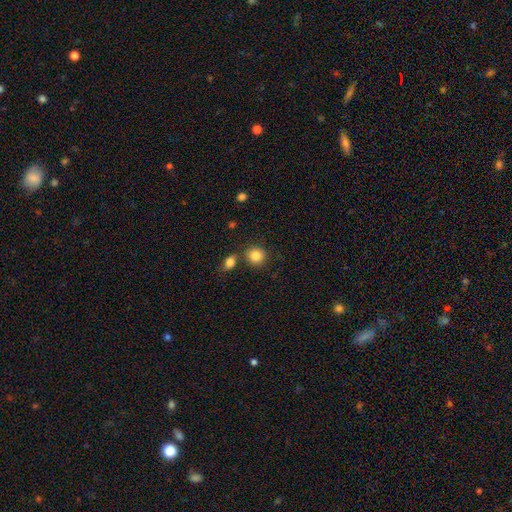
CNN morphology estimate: The model was most divided on "merging": none: 74%, merger: 13%, minor disturbance: 10%, major disturbance: 3%. More confident: how rounded — round (85%); smooth or featured — smooth (85%).